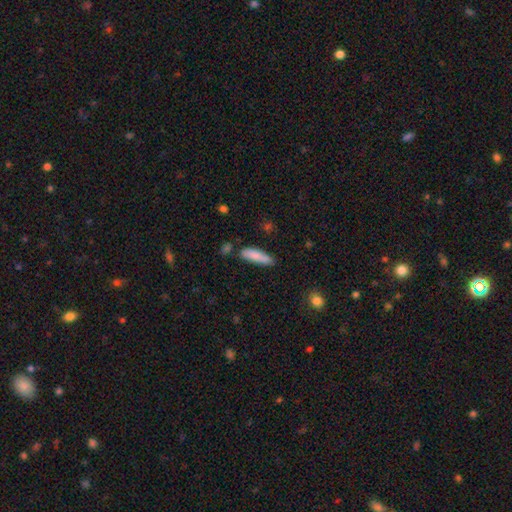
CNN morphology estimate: This appears to be a smooth galaxy with no disk features (83%) that is cigar-shaped (66%). Merging: none (70%).